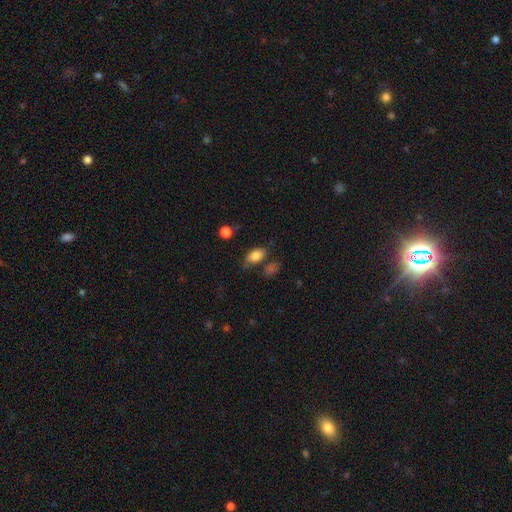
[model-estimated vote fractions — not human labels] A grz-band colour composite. It shows a smooth galaxy with no disk features (83%) that is in between round and cigar-shaped (89%). Merging: none (59%).